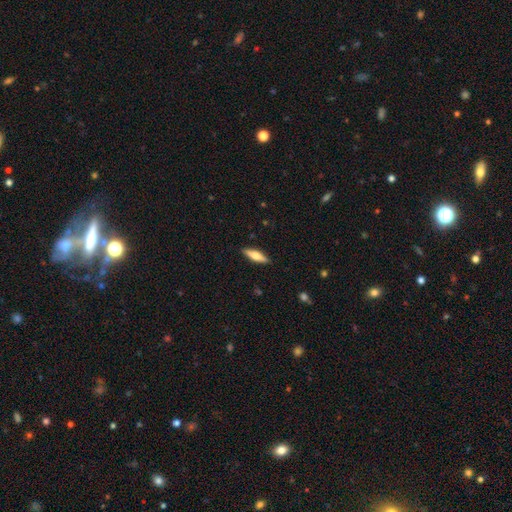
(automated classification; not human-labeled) smooth 57%, featured or disk 37%, star or artifact 6%. Down the decision tree: how rounded — cigar-shaped (61%); merging — none (90%).